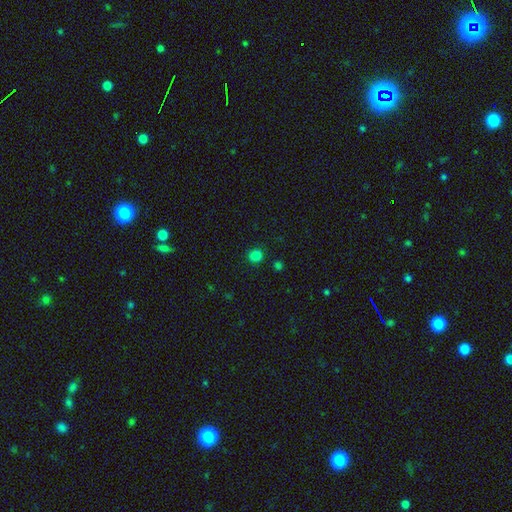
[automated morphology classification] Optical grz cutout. It shows a smooth galaxy with no disk features (80%) that is round (76%). Merging: none (85%).